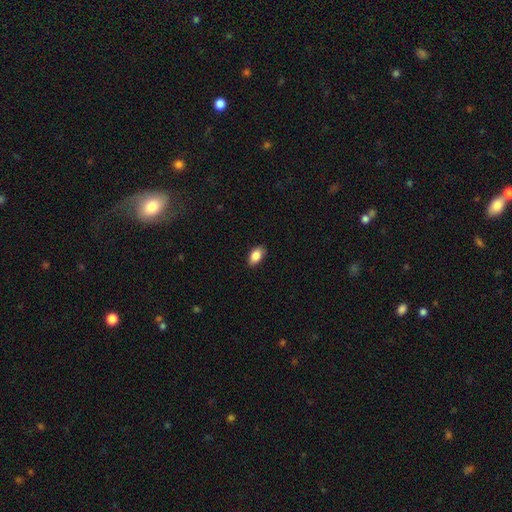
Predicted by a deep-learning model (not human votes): This appears to be a smooth galaxy with no disk features (86%) that is in between round and cigar-shaped (91%). Merging: none (85%).